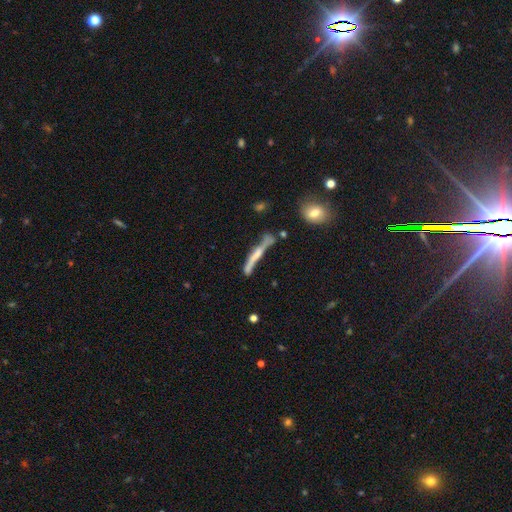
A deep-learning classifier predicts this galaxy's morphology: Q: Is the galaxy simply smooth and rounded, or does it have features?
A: featured or disk — 58%.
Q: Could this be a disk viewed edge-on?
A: yes — 86%.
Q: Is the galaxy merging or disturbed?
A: none — 52%.